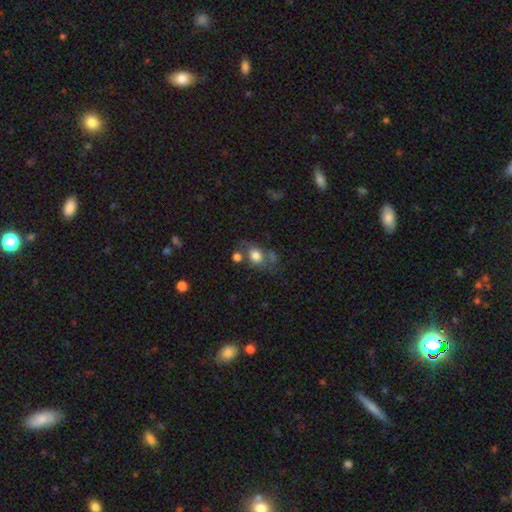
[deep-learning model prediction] Smooth or featured: smooth — 73% (featured or disk — 18%)
How rounded: in between — 53% (round — 45%)
Merging: none — 49% (merger — 21%)